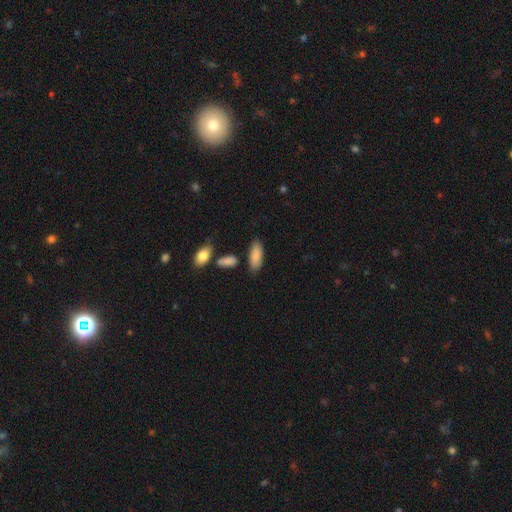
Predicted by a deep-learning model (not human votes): smooth 86%, featured or disk 8%, star or artifact 6%. Down the decision tree: how rounded — in between (81%); merging — none (76%).